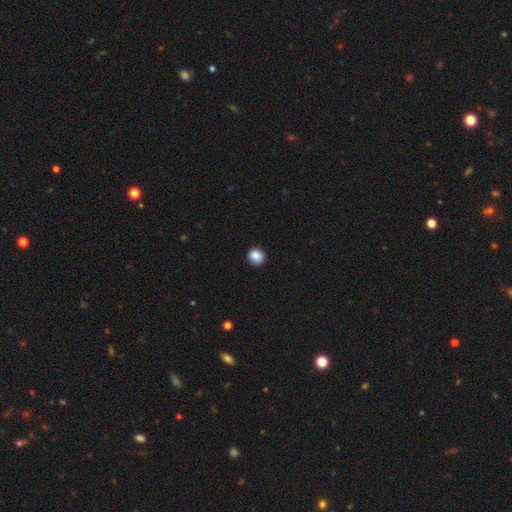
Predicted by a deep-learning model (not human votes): A smooth galaxy with no disk features (87%) that is round (93%). Merging: none (92%).